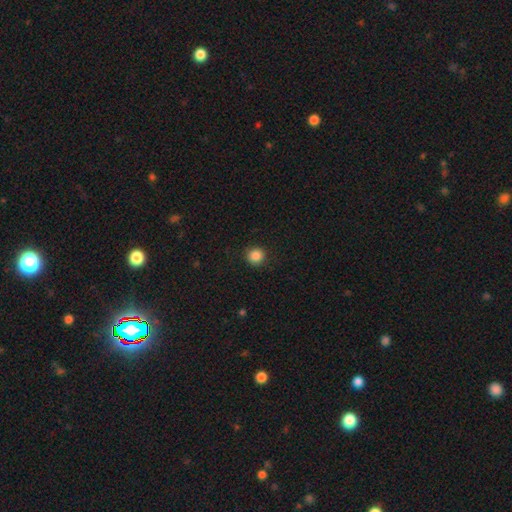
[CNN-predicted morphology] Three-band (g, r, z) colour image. It shows a smooth galaxy with no disk features (86%) that is round (94%). Merging: none (91%).